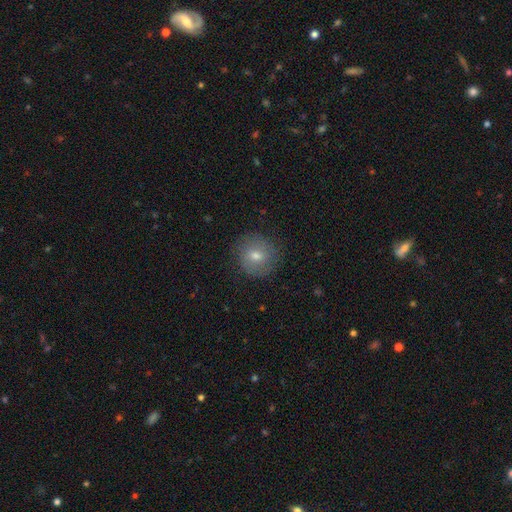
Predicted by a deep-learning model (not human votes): A smooth galaxy with no disk features (65%) that is round (89%). Merging: none (83%).